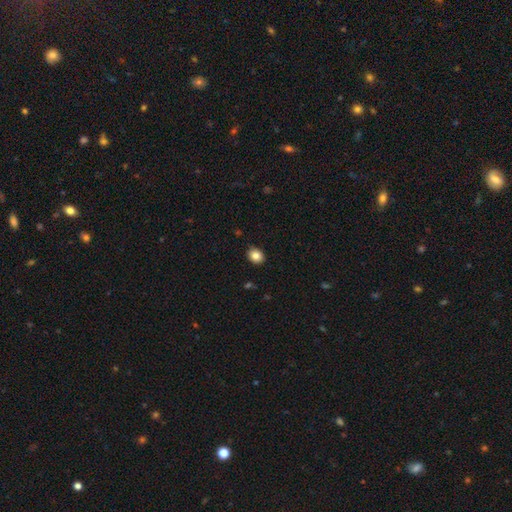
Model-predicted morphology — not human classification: smooth_or_featured: smooth (p=0.84) [alt: star or artifact p=0.09]
how_rounded: in between (p=0.54) [alt: round p=0.45]
merging: none (p=0.87) [alt: minor disturbance p=0.10]